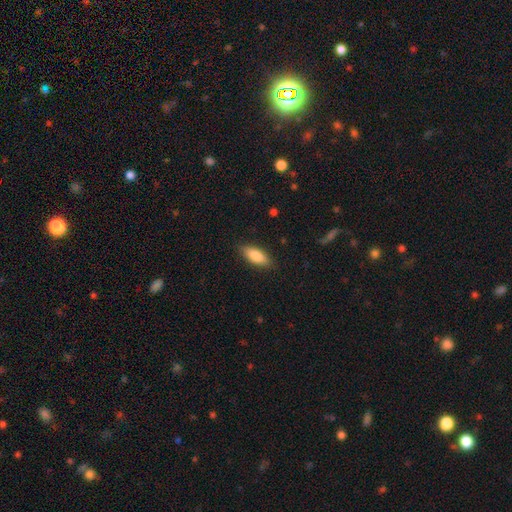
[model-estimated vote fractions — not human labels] Overall: smooth (83%). How rounded: in between (78%). Merging: none (86%).